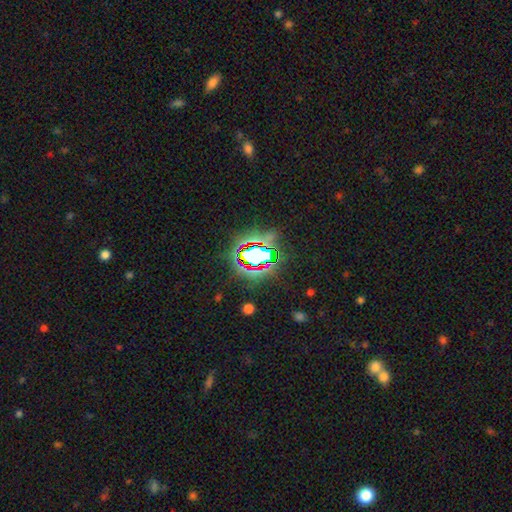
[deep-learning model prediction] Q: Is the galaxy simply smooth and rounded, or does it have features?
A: star or artifact — 69%.